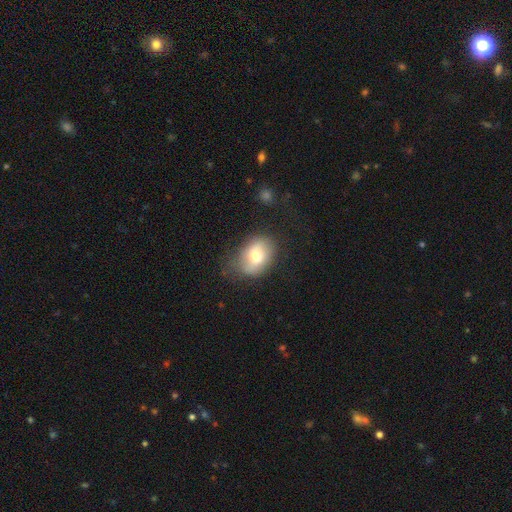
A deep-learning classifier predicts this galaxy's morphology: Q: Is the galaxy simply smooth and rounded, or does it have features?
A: smooth — 70%.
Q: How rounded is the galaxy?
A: in between — 72%.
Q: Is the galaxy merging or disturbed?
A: none — 65%.